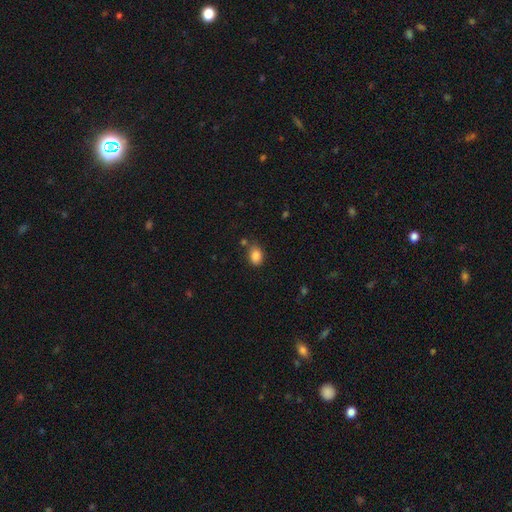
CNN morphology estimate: Smooth or featured: smooth — 85% (star or artifact — 9%)
How rounded: in between — 73% (round — 26%)
Merging: none — 71% (minor disturbance — 17%)